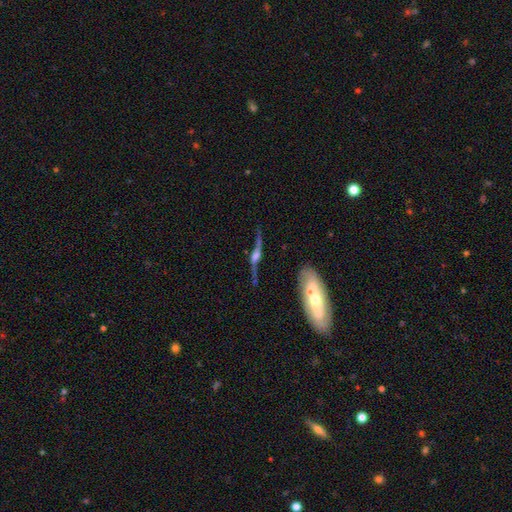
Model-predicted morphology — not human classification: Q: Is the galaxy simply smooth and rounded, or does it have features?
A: featured or disk — 83%.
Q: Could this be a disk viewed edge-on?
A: yes — 64%.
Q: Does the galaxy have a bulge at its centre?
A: rounded — 75%.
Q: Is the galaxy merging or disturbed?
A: none — 60%.